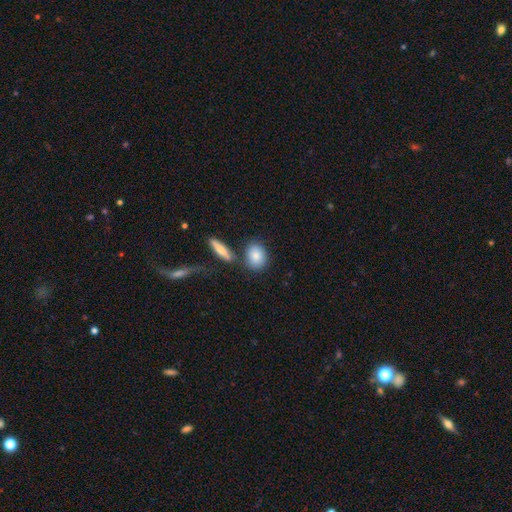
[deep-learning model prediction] smooth_or_featured: smooth (p=0.83) [alt: featured or disk p=0.10]
how_rounded: in between (p=0.50) [alt: round p=0.47]
merging: none (p=0.69) [alt: merger p=0.15]